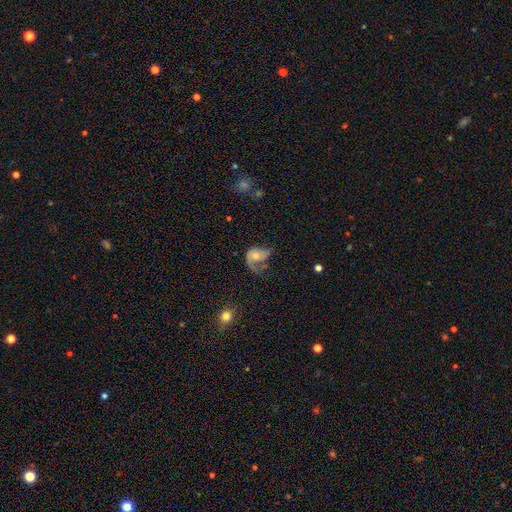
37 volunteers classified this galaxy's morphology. smooth-or-featured: featured or disk: 59% | smooth: 35% | star or artifact: 5%
  disk-edge-on: no: 95% | yes: 5%
    bar: no: 81% | weak: 14% | strong: 5%
    has-spiral-arms: yes: 86% | no: 14%
      spiral-winding: loose: 50% | medium: 44% | tight: 6%
      spiral-arm-count: 2: 56% | 1: 22% | can't tell: 17% | 3: 6% | 4: 0% | more than 4: 0%
    bulge-size: moderate: 95% | small: 5% | dominant: 0% | large: 0% | none: 0%
  merging: major disturbance: 57% | minor disturbance: 26% | none: 11% | merger: 6%